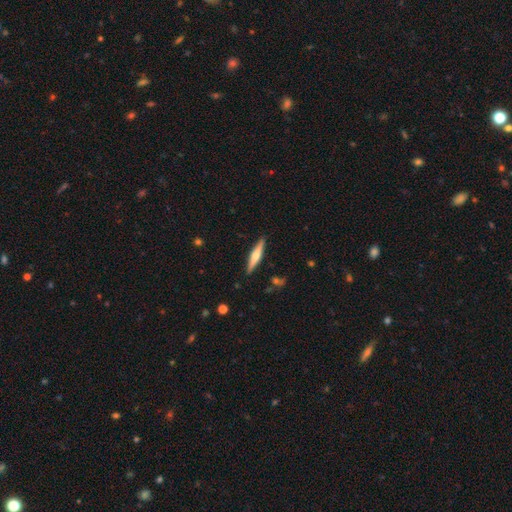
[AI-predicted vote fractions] The model was most divided on "smooth or featured": featured or disk: 58%, smooth: 37%, star or artifact: 6%. More confident: edge-on disk — yes (97%); merging — none (90%); edge-on bulge — rounded (85%).